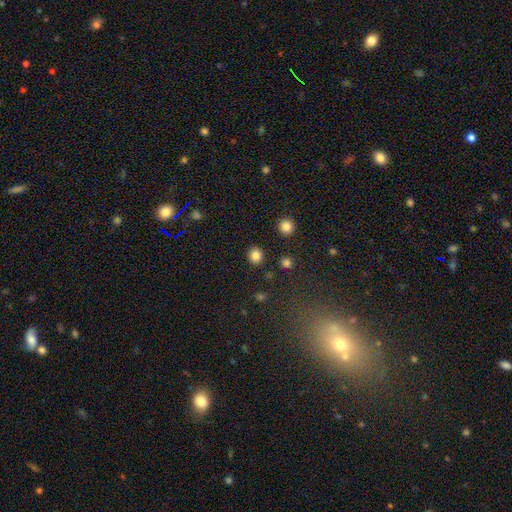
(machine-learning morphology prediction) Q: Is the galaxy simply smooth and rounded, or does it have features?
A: smooth — 83%.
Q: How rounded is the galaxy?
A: round — 86%.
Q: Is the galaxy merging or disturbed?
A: none — 90%.